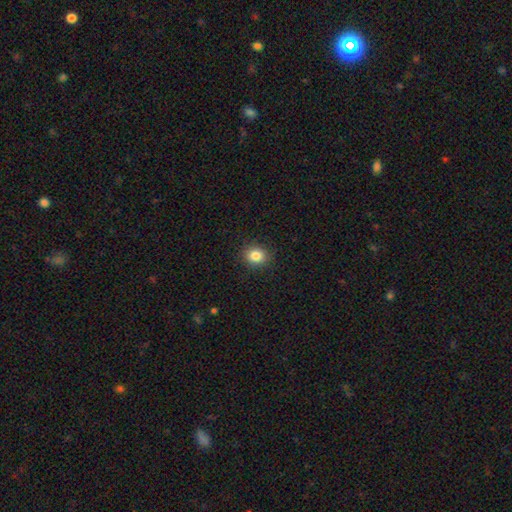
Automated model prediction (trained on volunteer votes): smooth-or-featured: smooth: 85% | star or artifact: 10% | featured or disk: 5%
  how-rounded: round: 66% | in between: 33% | cigar-shaped: 1%
  merging: none: 89% | minor disturbance: 7% | major disturbance: 2% | merger: 1%